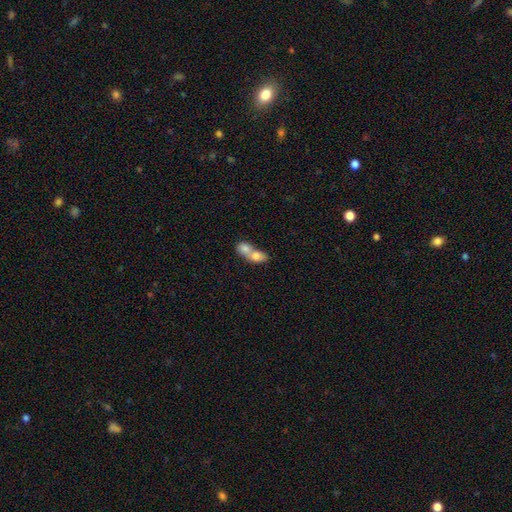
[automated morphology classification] Smooth or featured?
  - smooth: 73% *
  - featured or disk: 20%
  - star or artifact: 7%
How rounded?
  - in between: 69% *
  - round: 27%
  - cigar-shaped: 4%
Merging?
  - merger: 82% *
  - none: 11%
  - minor disturbance: 4%
  - major disturbance: 3%